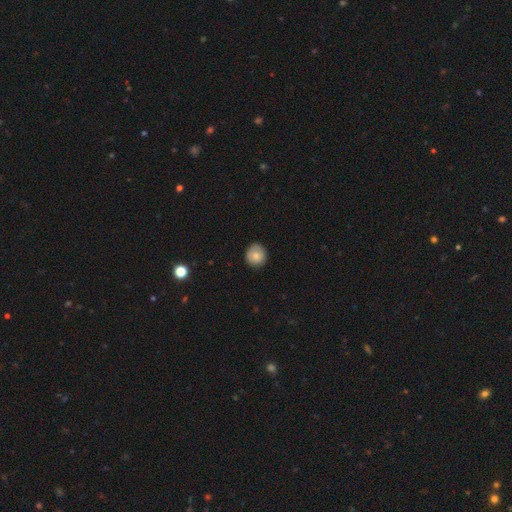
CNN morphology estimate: smooth_or_featured: smooth (p=0.80) [alt: featured or disk p=0.12]
how_rounded: round (p=0.92) [alt: in between p=0.07]
merging: none (p=0.87) [alt: minor disturbance p=0.11]